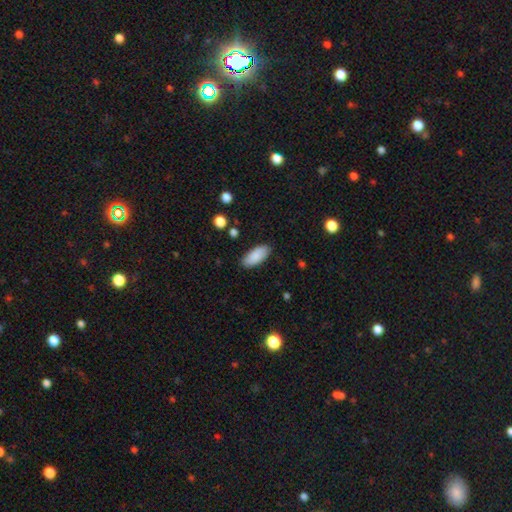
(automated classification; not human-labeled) This appears to be a smooth galaxy with no disk features (88%) that is in between round and cigar-shaped (86%). Merging: none (86%).